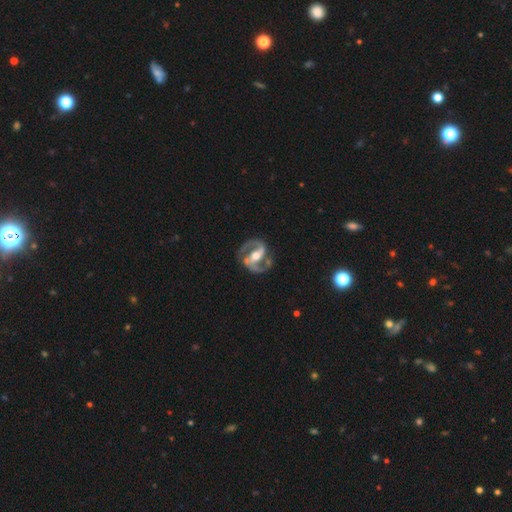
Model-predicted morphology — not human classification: Smooth or featured? Predicted: featured or disk (p=0.91). Edge-on disk? Predicted: no (p=0.98). Bar? Predicted: strong (p=0.55). Spiral arms? Predicted: yes (p=0.97). Spiral winding? Predicted: medium (p=0.61). Spiral arm count? Predicted: 2 (p=0.94). Bulge size? Predicted: moderate (p=0.70). Merging? Predicted: none (p=0.80).